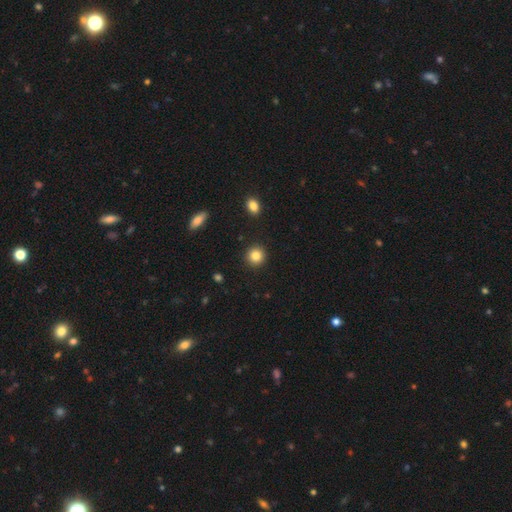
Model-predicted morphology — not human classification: Smooth or featured: smooth — 85% (star or artifact — 10%)
How rounded: round — 92% (in between — 7%)
Merging: none — 92% (minor disturbance — 5%)